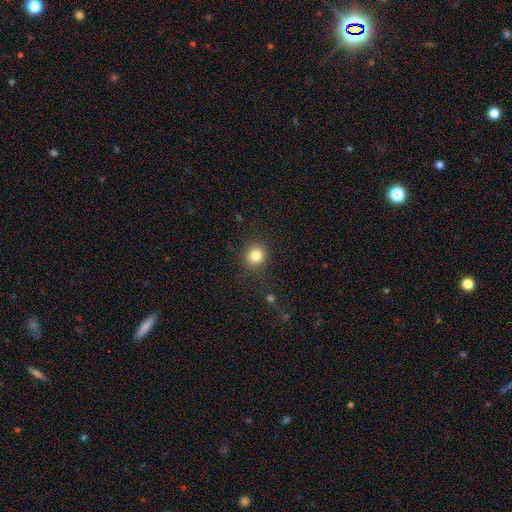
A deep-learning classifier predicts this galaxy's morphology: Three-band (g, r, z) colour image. It shows a smooth galaxy with no disk features (83%) that is round (88%). Merging: none (87%).